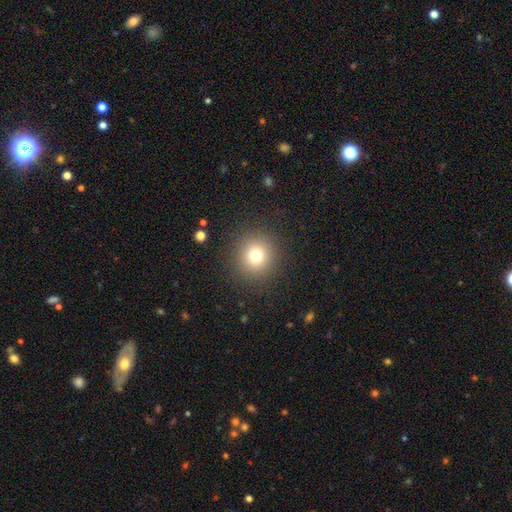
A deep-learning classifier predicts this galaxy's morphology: Smooth or featured: smooth — 75% (star or artifact — 15%)
How rounded: round — 93% (in between — 6%)
Merging: none — 90% (minor disturbance — 6%)